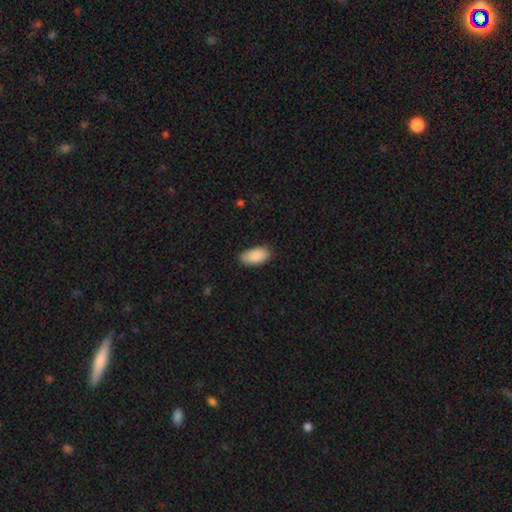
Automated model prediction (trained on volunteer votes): smooth_or_featured: smooth (p=0.89) [alt: star or artifact p=0.06]
how_rounded: in between (p=0.94) [alt: cigar-shaped p=0.04]
merging: none (p=0.85) [alt: minor disturbance p=0.12]